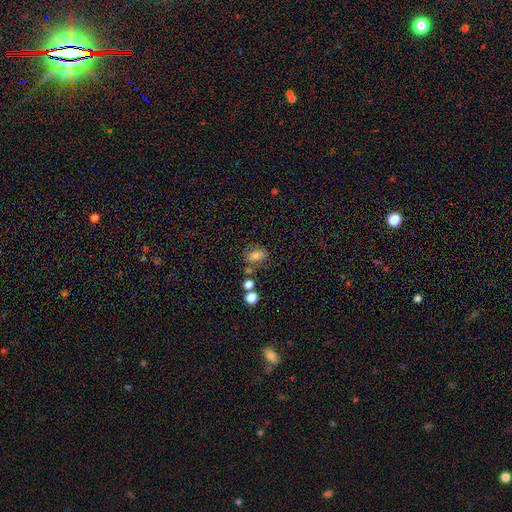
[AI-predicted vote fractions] Smooth or featured? Predicted: smooth (p=0.76). How rounded? Predicted: in between (p=0.75). Merging? Predicted: none (p=0.62).